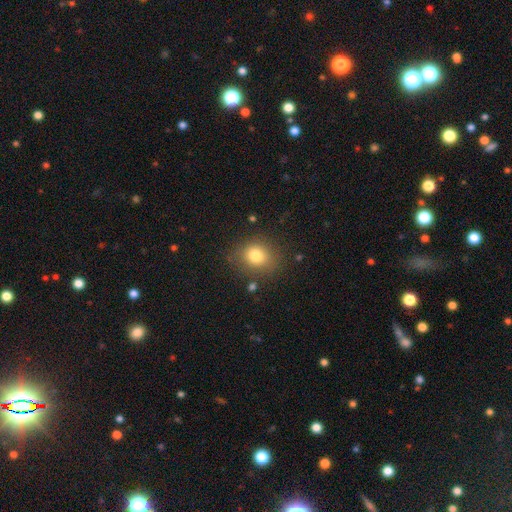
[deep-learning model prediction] Smooth or featured? smooth (79%)
How rounded? round (64%)
Merging? none (79%)